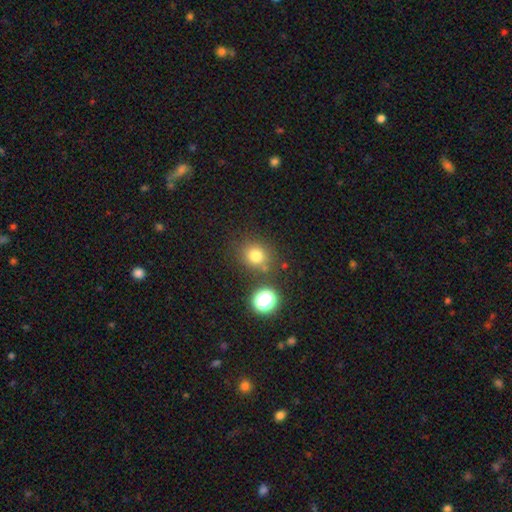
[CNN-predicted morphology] This is likely a smooth galaxy (75%). How rounded: clearly round (81%). Merging: likely none (77%).